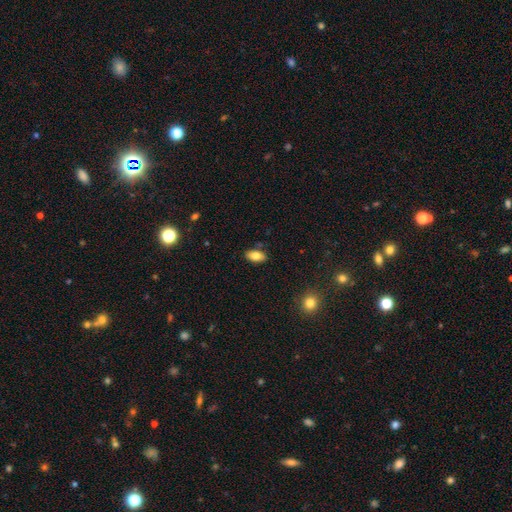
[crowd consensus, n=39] Smooth or featured? smooth (79%)
How rounded? in between (90%)
Merging? none (66%)